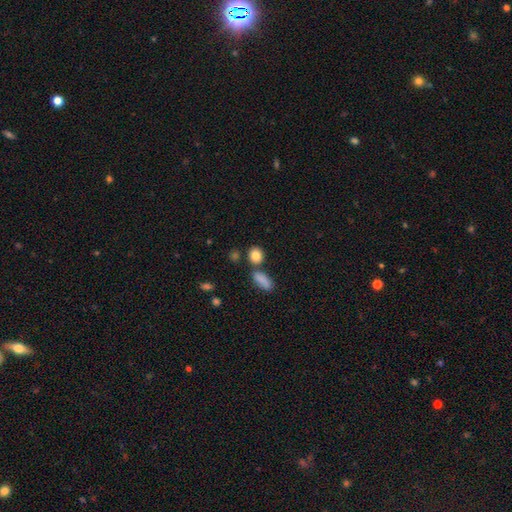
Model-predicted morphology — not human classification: The model was most divided on "how rounded": round: 65%, in between: 31%, cigar-shaped: 3%. More confident: smooth or featured — smooth (84%); merging — none (72%).